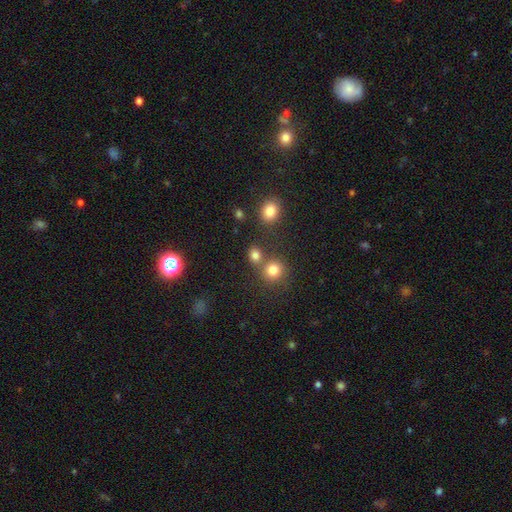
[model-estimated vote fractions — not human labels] Q: Smooth or featured?
A: smooth (77%); runner-up: star or artifact (17%)
Q: How rounded?
A: round (82%); runner-up: in between (17%)
Q: Merging?
A: none (67%); runner-up: merger (22%)